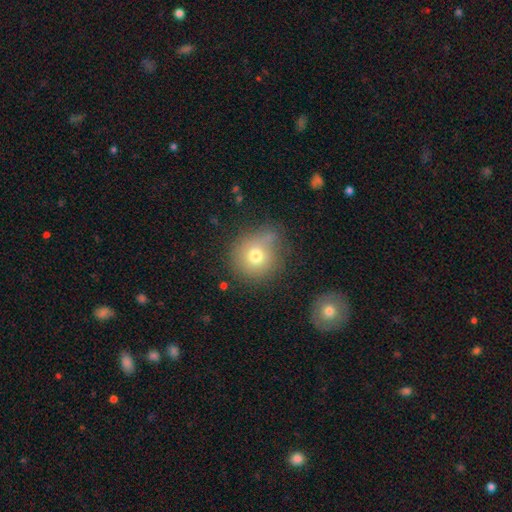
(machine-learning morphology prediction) Smooth or featured? smooth (72%)
How rounded? round (89%)
Merging? none (65%)